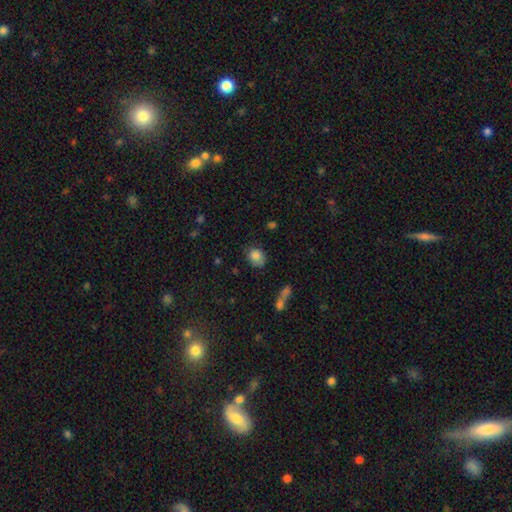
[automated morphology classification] A smooth galaxy with no disk features (84%) that is round (52%).

Vote fractions:
- Smooth or featured? smooth: 84% / star or artifact: 9% / featured or disk: 7%
- How rounded? round: 52% / in between: 46% / cigar-shaped: 1%
- Merging? none: 66% / minor disturbance: 24% / major disturbance: 7% / merger: 4%